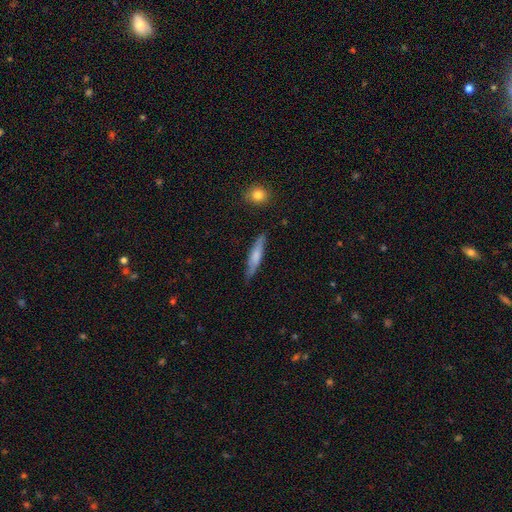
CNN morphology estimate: smooth-or-featured: smooth: 62% | featured or disk: 32% | star or artifact: 6%
  how-rounded: cigar-shaped: 86% | in between: 12% | round: 2%
  merging: none: 81% | minor disturbance: 15% | major disturbance: 3% | merger: 2%